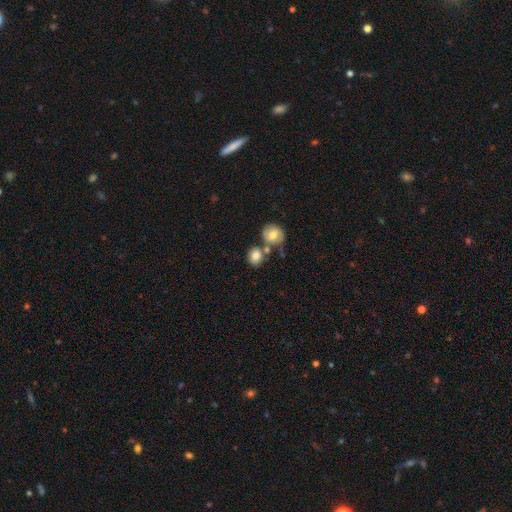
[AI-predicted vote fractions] Smooth or featured: smooth — 81% (featured or disk — 11%)
How rounded: round — 69% (in between — 30%)
Merging: none — 53% (merger — 31%)